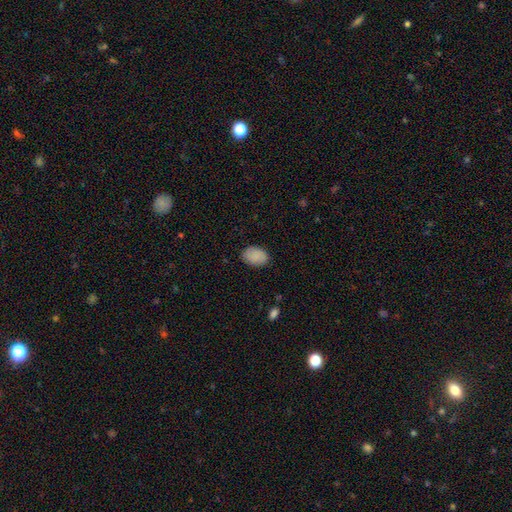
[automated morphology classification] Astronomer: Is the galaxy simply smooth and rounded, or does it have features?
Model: smooth — 87%.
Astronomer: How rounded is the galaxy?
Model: in between — 84%.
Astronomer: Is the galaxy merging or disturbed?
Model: none — 85%.